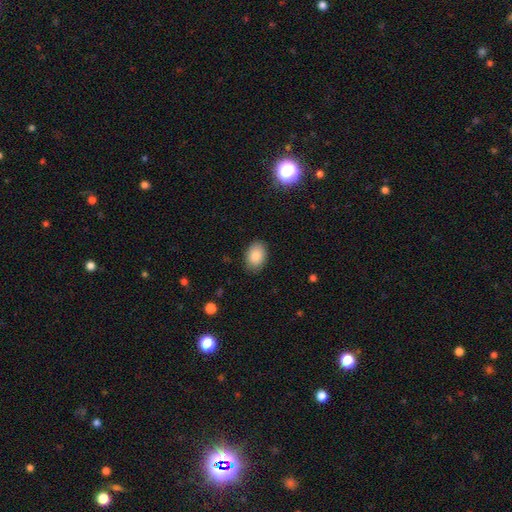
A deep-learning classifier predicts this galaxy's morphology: smooth 87%, star or artifact 7%, featured or disk 6%. Down the decision tree: how rounded — in between (81%); merging — none (85%).